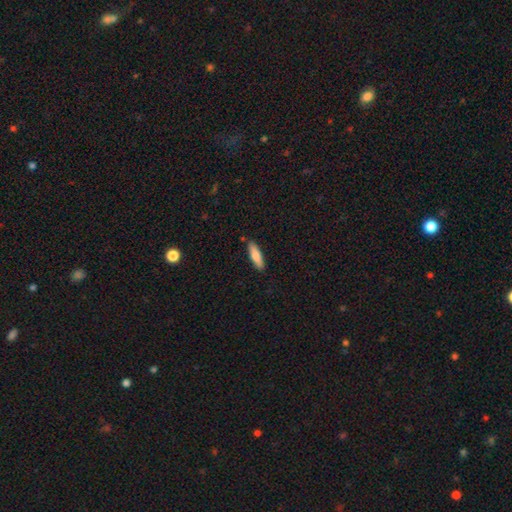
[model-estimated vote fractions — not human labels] Overall: smooth (76%). How rounded: cigar-shaped (64%; in between 35%). Merging: none (86%).